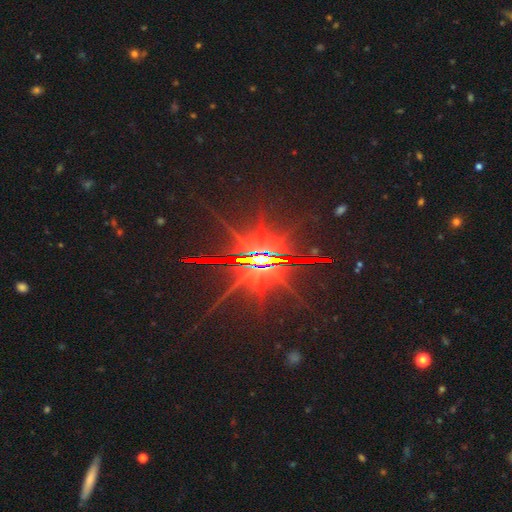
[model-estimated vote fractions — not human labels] The model was most divided on "smooth or featured": star or artifact: 77%, featured or disk: 16%, smooth: 7%.